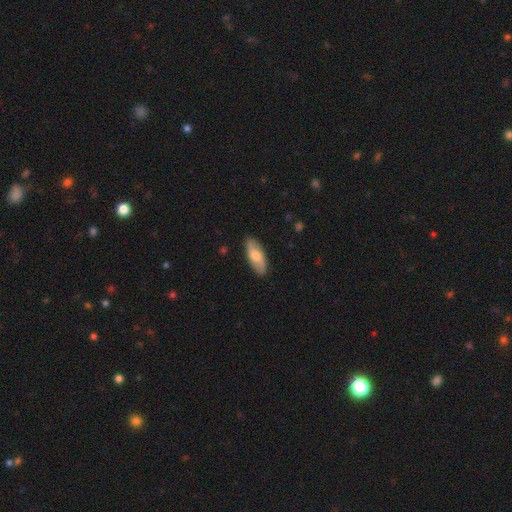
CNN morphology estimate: This is possibly a smooth galaxy (59%). How rounded: likely in between (76%). Merging: clearly none (86%).